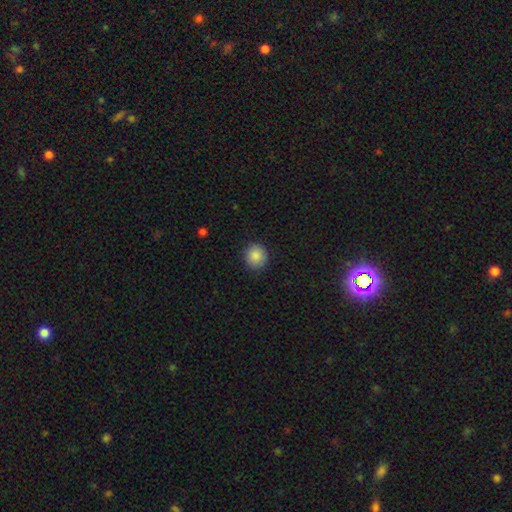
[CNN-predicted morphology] A smooth galaxy with no disk features (88%) that is round (90%). Merging: none (90%).